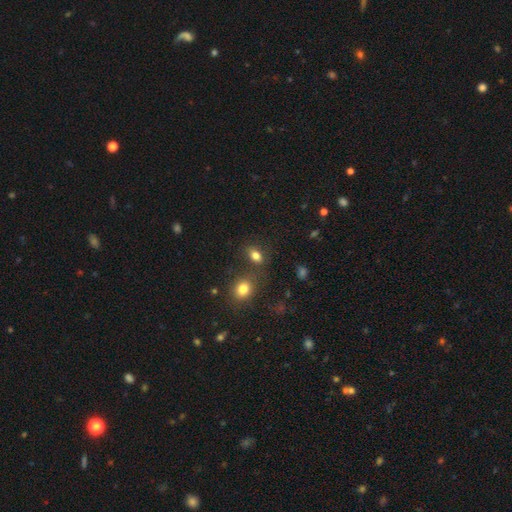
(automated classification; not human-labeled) smooth_or_featured: smooth (p=0.80) [alt: star or artifact p=0.12]
how_rounded: in between (p=0.77) [alt: round p=0.21]
merging: none (p=0.67) [alt: merger p=0.16]